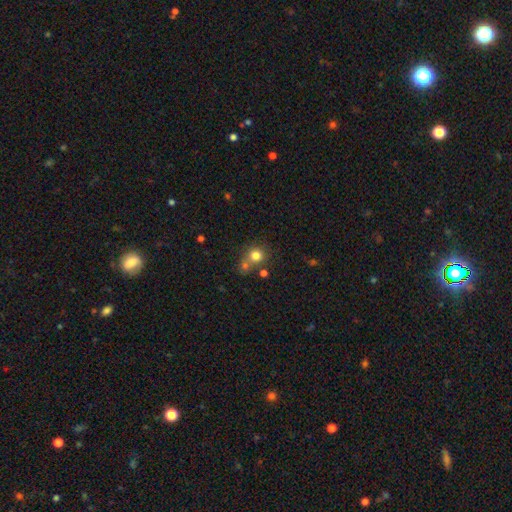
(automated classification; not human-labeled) Smooth or featured? Predicted: smooth (p=0.78). How rounded? Predicted: round (p=0.84). Merging? Predicted: none (p=0.55).